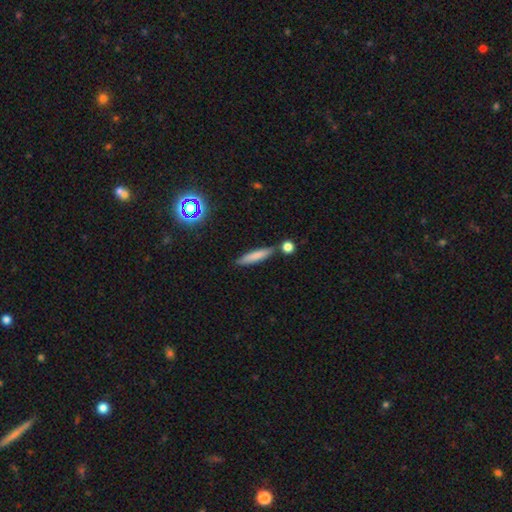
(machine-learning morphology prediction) Smooth or featured? Predicted: smooth (p=0.75). How rounded? Predicted: cigar-shaped (p=0.85). Merging? Predicted: none (p=0.76).